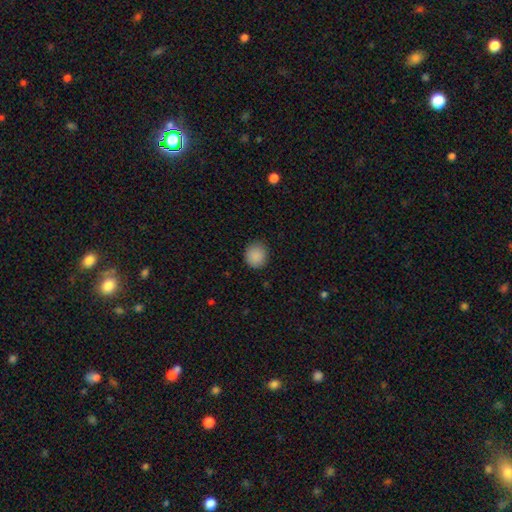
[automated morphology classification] Q: Smooth or featured?
A: smooth (89%); runner-up: star or artifact (8%)
Q: How rounded?
A: round (87%); runner-up: in between (12%)
Q: Merging?
A: none (88%); runner-up: minor disturbance (9%)